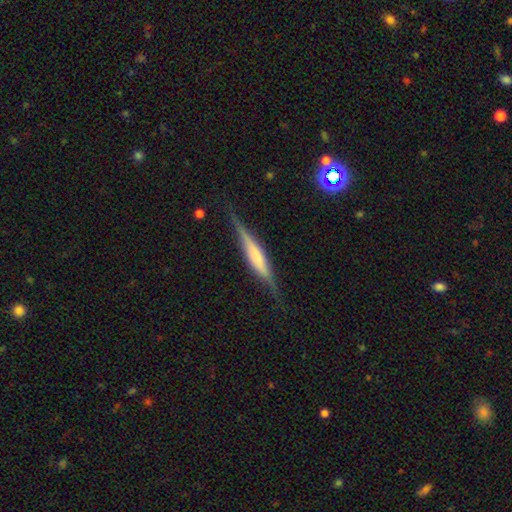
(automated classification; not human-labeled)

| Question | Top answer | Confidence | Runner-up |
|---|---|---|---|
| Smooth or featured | featured or disk | 66% | smooth (28%) |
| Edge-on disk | yes | 96% | no (4%) |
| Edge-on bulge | boxy | 42% | rounded (33%) |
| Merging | none | 81% | minor disturbance (13%) |